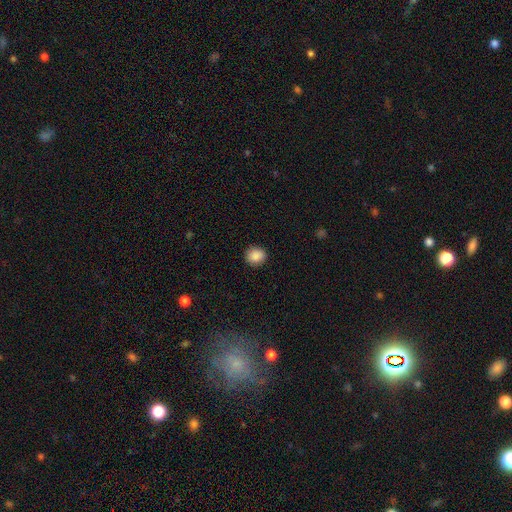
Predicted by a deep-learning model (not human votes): A smooth galaxy with no disk features (89%) that is round (79%). Merging: none (89%).